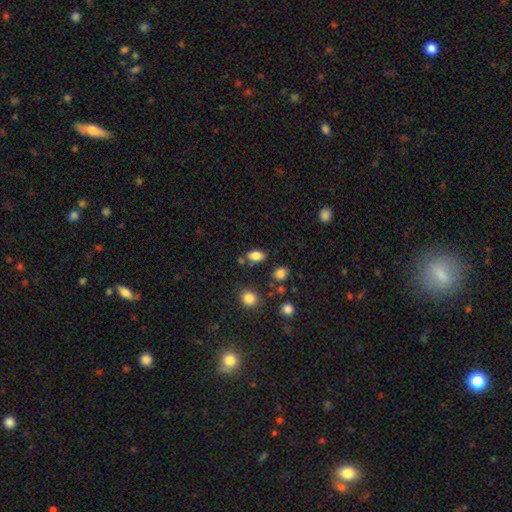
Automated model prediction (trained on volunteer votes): smooth 83%, star or artifact 10%, featured or disk 7%. Down the decision tree: how rounded — in between (86%); merging — none (77%).